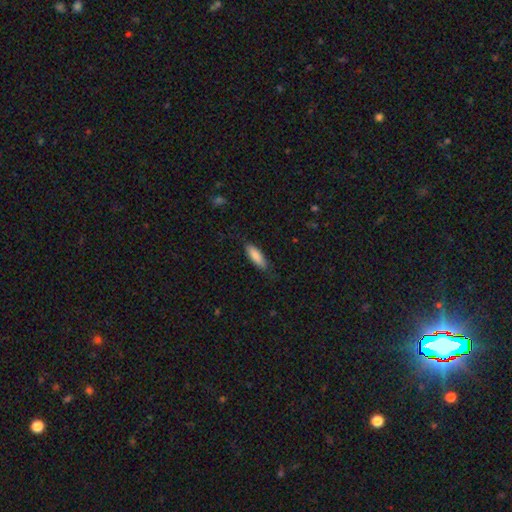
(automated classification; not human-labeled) Smooth or featured?
  - smooth: 85% *
  - featured or disk: 9%
  - star or artifact: 6%
How rounded?
  - in between: 53% *
  - cigar-shaped: 45%
  - round: 2%
Merging?
  - none: 82% *
  - minor disturbance: 14%
  - major disturbance: 3%
  - merger: 1%